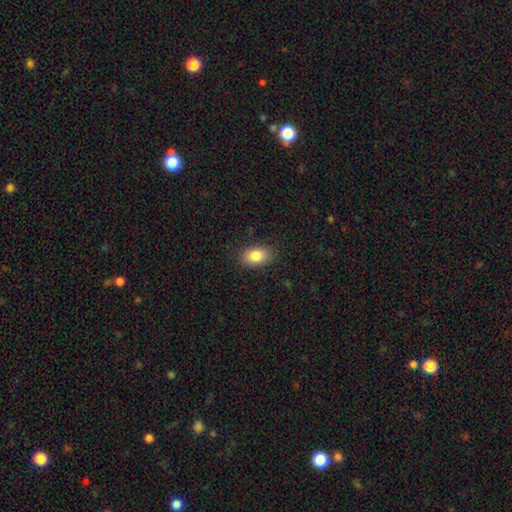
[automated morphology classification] Smooth or featured? Predicted: smooth (p=0.84). How rounded? Predicted: in between (p=0.86). Merging? Predicted: none (p=0.86).